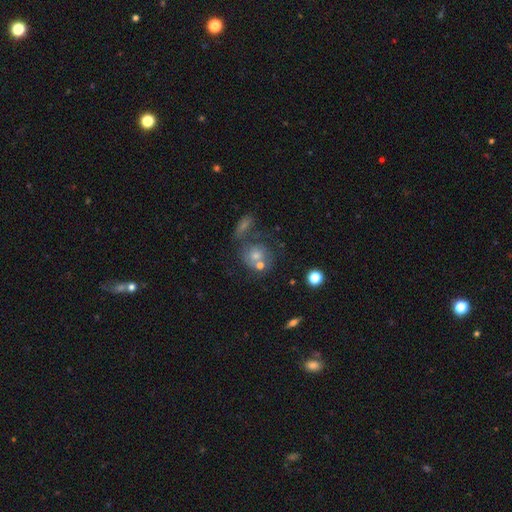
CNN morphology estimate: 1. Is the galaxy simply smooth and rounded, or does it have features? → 45% smooth, 35% featured or disk, 20% star or artifact.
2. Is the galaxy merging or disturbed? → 44% none, 33% merger, 13% minor disturbance, 10% major disturbance.